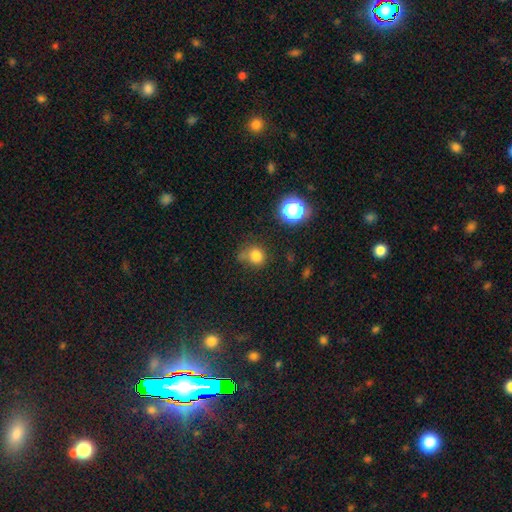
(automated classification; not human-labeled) Overall: smooth (79%). How rounded: round (80%). Merging: none (59%; minor disturbance 22%).